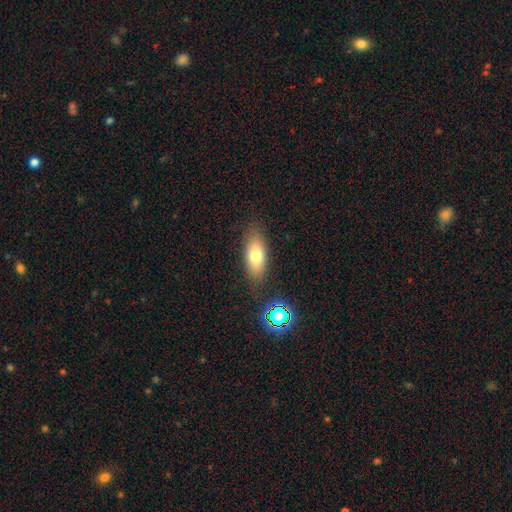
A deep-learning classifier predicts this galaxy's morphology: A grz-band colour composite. It shows a smooth galaxy with no disk features (75%) that is in between round and cigar-shaped (81%). Merging: none (82%).